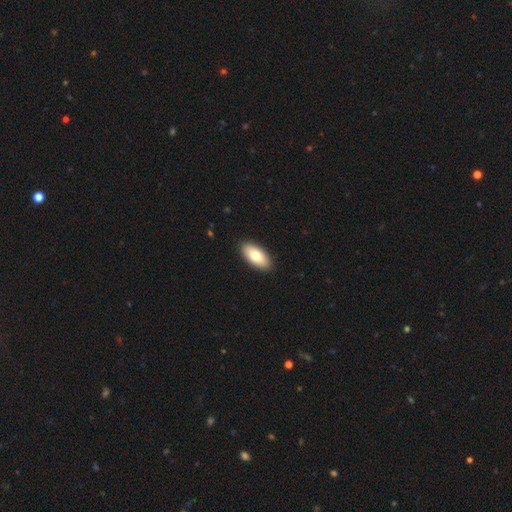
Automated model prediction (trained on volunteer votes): A smooth galaxy with no disk features (77%) that is in between round and cigar-shaped (92%). Merging: none (90%).